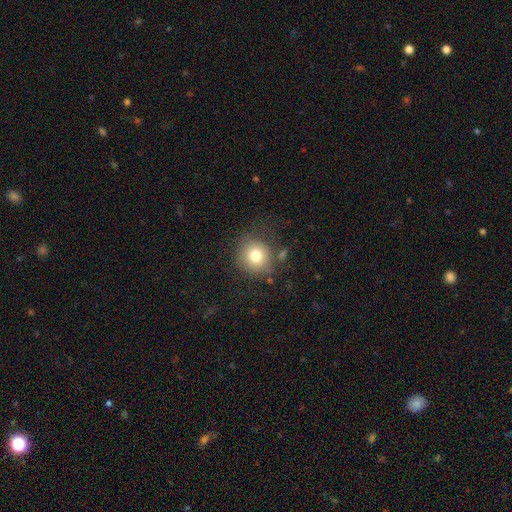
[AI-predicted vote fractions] A smooth galaxy with no disk features (76%) that is round (91%). Merging: none (78%).